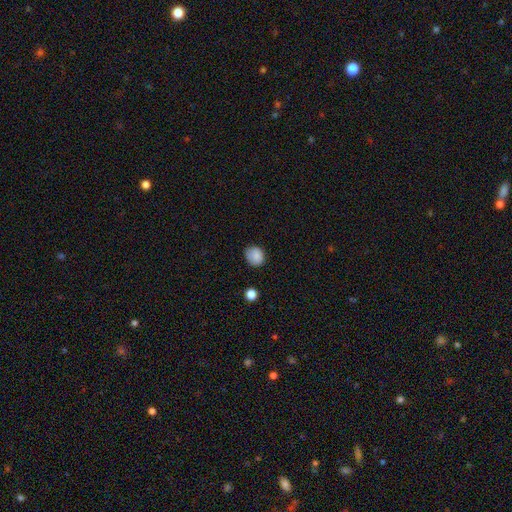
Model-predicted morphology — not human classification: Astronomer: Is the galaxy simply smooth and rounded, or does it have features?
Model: smooth — 86%.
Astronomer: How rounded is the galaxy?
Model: round — 68%.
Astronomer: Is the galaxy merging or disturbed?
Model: none — 74%.